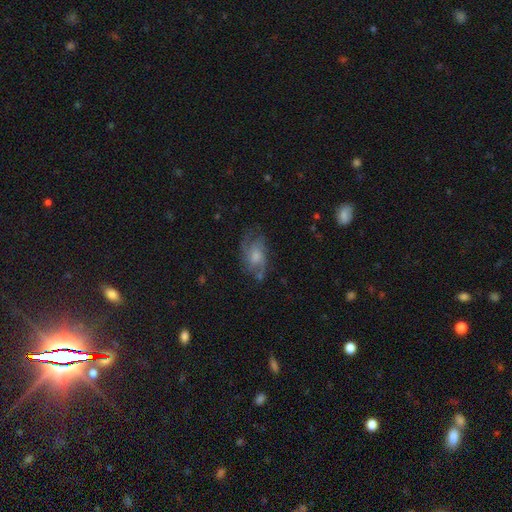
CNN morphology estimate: type=featured or disk (63%); edge-on=no (96%); bar=no (67%); spiral arms=yes (85%); winding=medium (46%); arm count=2 (30%); bulge=moderate (41%); merging=none (58%).